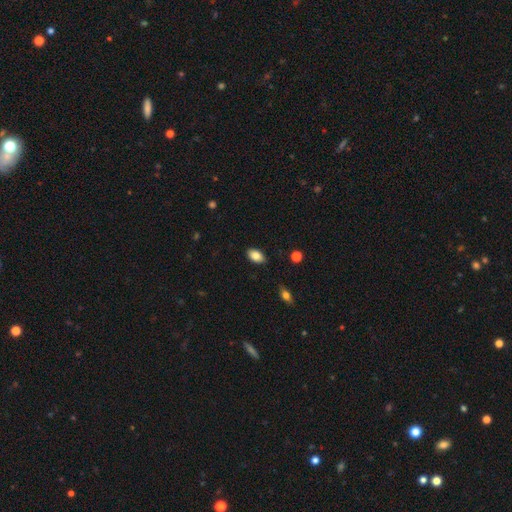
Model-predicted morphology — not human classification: Overall: smooth (83%). How rounded: in between (90%). Merging: none (87%).